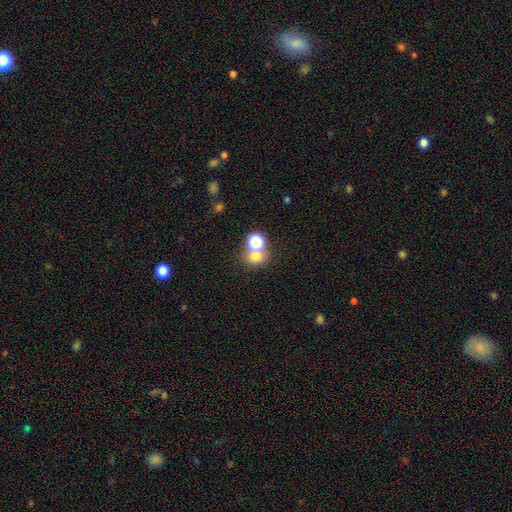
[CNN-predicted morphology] A smooth galaxy with no disk features (71%) that is round (66%). Merging: none (50%).